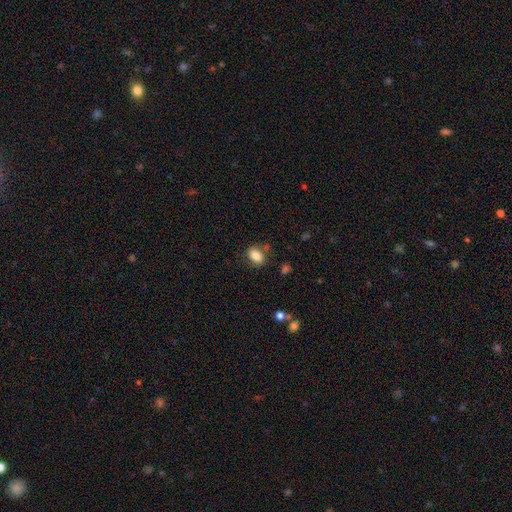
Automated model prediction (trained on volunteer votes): This appears to be a smooth galaxy with no disk features (83%) that is in between round and cigar-shaped (81%). Merging: none (74%).